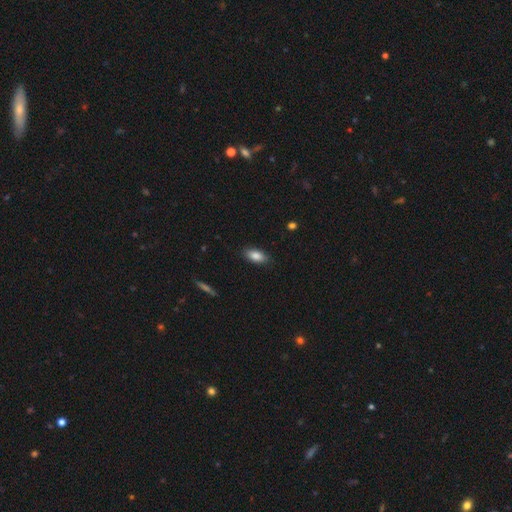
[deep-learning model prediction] Q: Smooth or featured?
A: smooth (86%); runner-up: star or artifact (7%)
Q: How rounded?
A: in between (89%); runner-up: cigar-shaped (7%)
Q: Merging?
A: none (86%); runner-up: minor disturbance (11%)